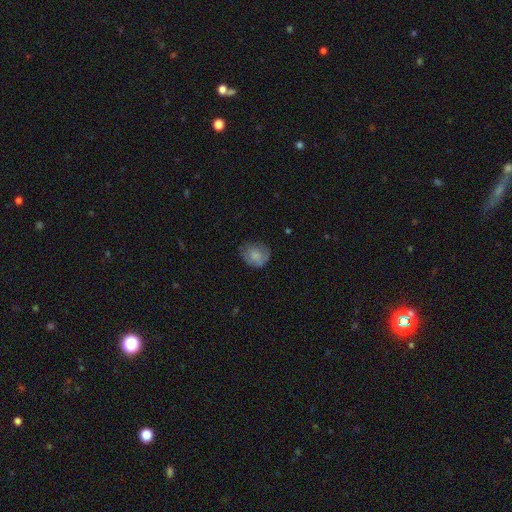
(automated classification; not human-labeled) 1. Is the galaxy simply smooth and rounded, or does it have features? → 74% smooth, 17% featured or disk, 9% star or artifact.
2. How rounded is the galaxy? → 67% round, 32% in between, 1% cigar-shaped.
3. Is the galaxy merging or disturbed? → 63% none, 26% minor disturbance, 10% major disturbance, 1% merger.